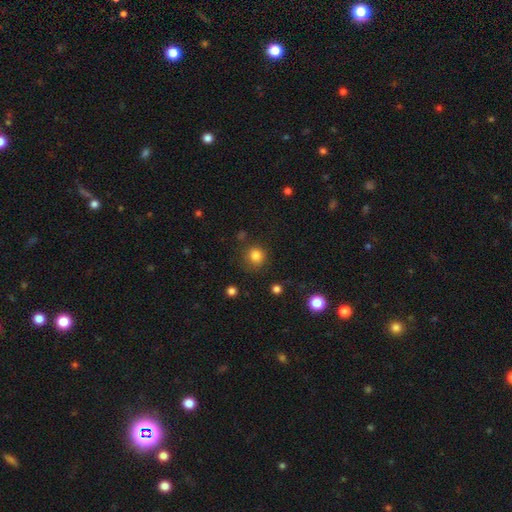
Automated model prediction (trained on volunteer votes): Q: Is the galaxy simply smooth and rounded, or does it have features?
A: smooth — 83%.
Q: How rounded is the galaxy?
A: round — 88%.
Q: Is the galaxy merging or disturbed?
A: none — 80%.